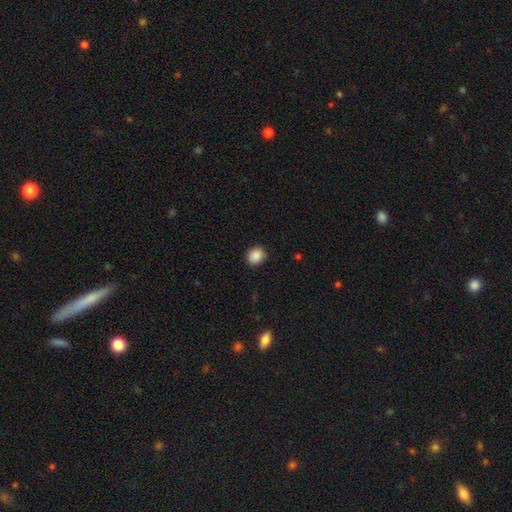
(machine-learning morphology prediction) smooth_or_featured: smooth (p=0.88) [alt: star or artifact p=0.09]
how_rounded: round (p=0.71) [alt: in between p=0.28]
merging: none (p=0.87) [alt: minor disturbance p=0.10]